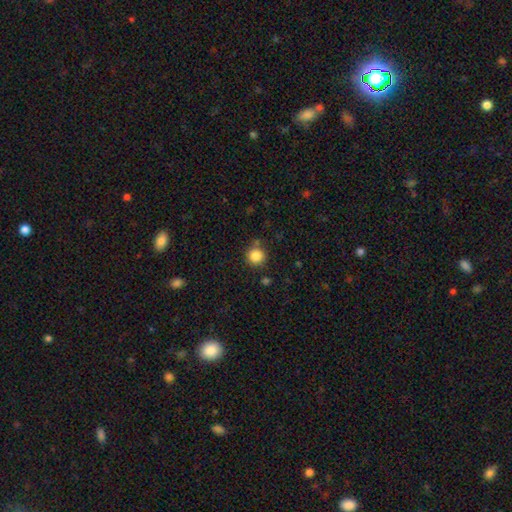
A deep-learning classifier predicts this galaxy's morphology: This appears to be a smooth galaxy with no disk features (85%) that is round (94%). Merging: none (82%).